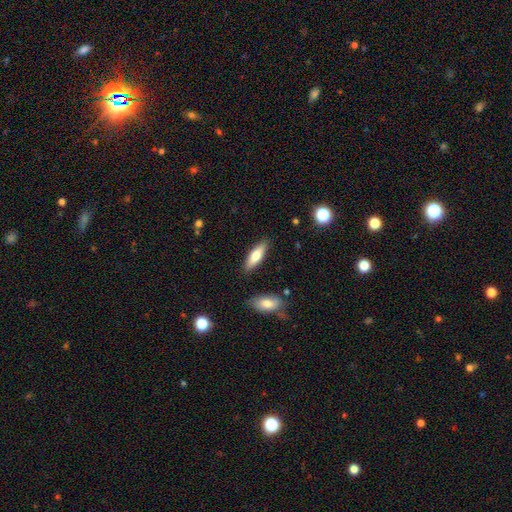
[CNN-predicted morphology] A smooth galaxy with no disk features (72%) that is in between round and cigar-shaped (50%). Merging: none (86%).